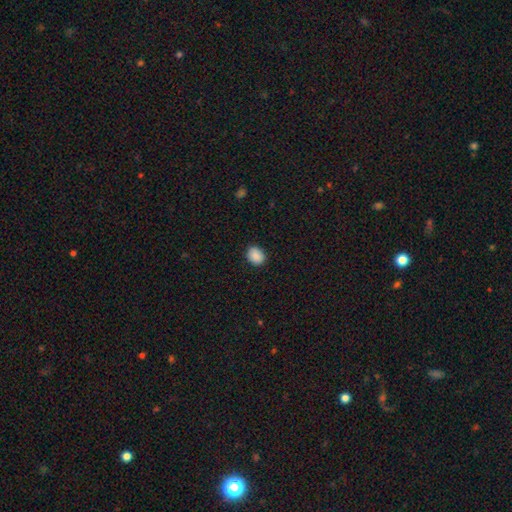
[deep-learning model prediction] smooth-or-featured: smooth: 89% | star or artifact: 8% | featured or disk: 3%
  how-rounded: round: 52% | in between: 47% | cigar-shaped: 1%
  merging: none: 88% | minor disturbance: 9% | major disturbance: 2% | merger: 1%